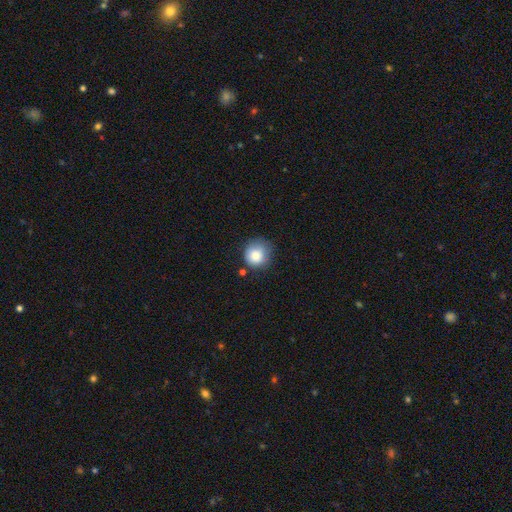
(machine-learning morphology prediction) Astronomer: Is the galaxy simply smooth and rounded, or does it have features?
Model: smooth — 83%.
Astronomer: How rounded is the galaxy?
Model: round — 84%.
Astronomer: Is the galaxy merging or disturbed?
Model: none — 63%.